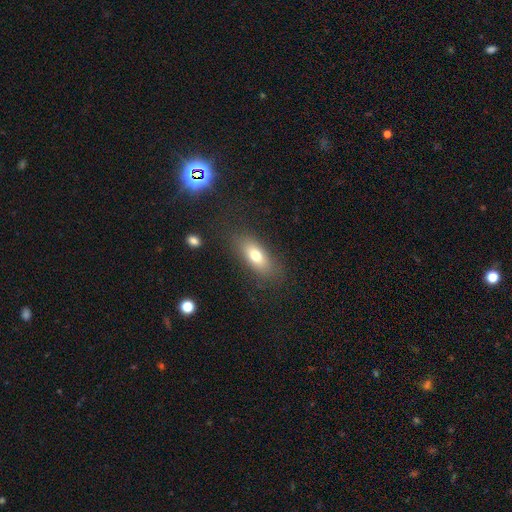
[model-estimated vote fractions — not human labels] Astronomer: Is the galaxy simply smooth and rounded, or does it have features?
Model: smooth — 72%.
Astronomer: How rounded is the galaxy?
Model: in between — 79%.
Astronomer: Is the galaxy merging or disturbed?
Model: none — 81%.